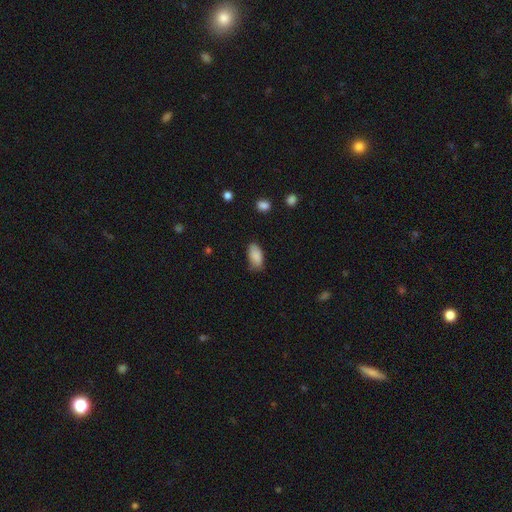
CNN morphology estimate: smooth 88%, star or artifact 7%, featured or disk 5%. Down the decision tree: how rounded — in between (93%); merging — none (70%).